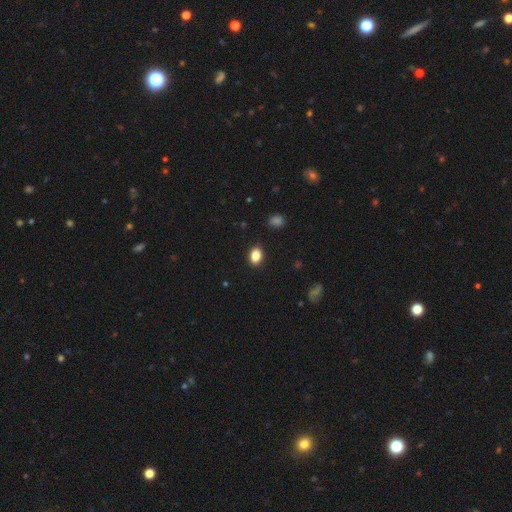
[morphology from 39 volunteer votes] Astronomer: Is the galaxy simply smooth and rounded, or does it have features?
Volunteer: smooth — 85%.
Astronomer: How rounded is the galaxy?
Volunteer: in between — 88%.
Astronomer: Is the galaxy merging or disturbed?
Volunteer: none — 81%.